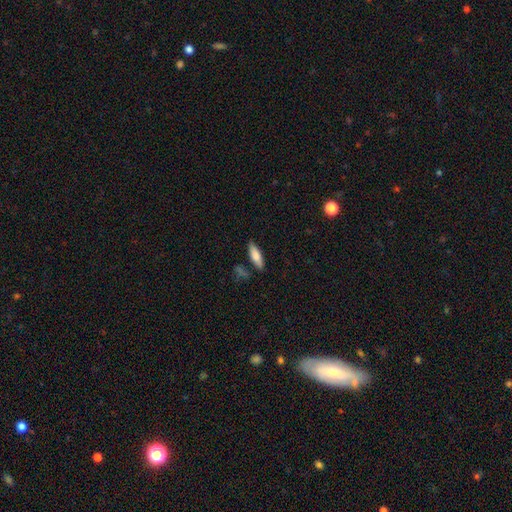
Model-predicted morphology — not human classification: Q: Smooth or featured?
A: smooth (76%); runner-up: featured or disk (18%)
Q: How rounded?
A: in between (51%); runner-up: cigar-shaped (47%)
Q: Merging?
A: none (82%); runner-up: minor disturbance (12%)